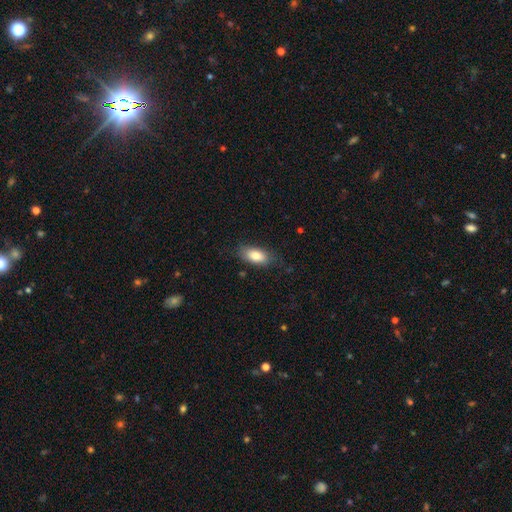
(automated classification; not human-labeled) Smooth or featured? smooth (81%)
How rounded? in between (88%)
Merging? none (77%)